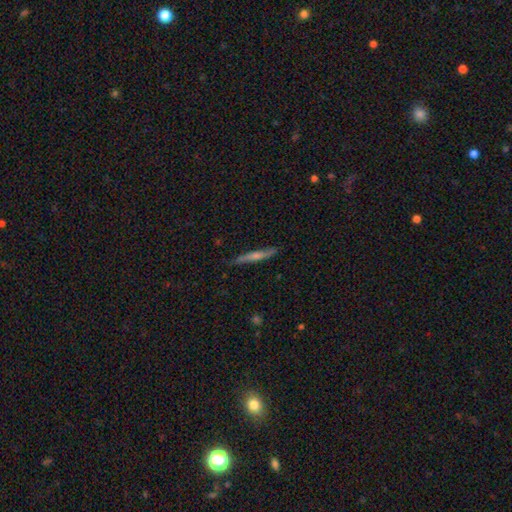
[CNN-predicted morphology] Q: Smooth or featured?
A: featured or disk (57%); runner-up: smooth (37%)
Q: Edge-on disk?
A: yes (95%); runner-up: no (5%)
Q: Edge-on bulge?
A: rounded (60%); runner-up: none (32%)
Q: Merging?
A: none (86%); runner-up: minor disturbance (11%)